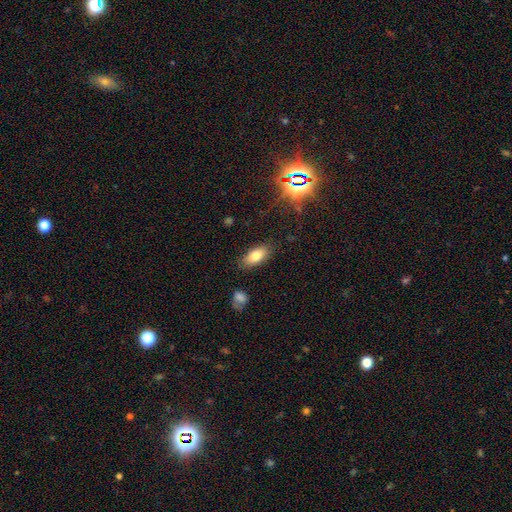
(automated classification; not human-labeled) Overall: smooth (78%). How rounded: in between (88%). Merging: none (84%).